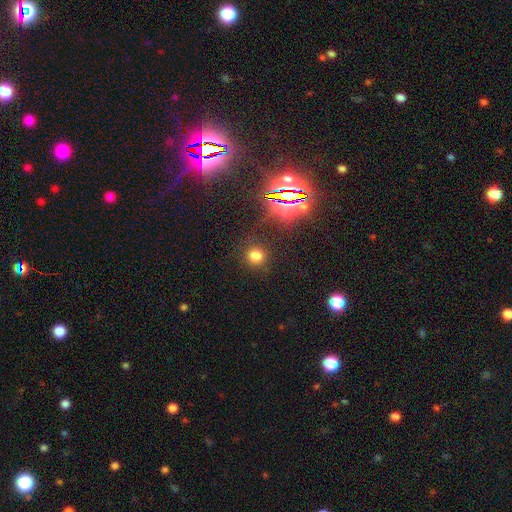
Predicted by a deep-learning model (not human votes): A smooth galaxy with no disk features (71%) that is round (92%).

Vote fractions:
- Smooth or featured? smooth: 71% / star or artifact: 23% / featured or disk: 6%
- How rounded? round: 92% / in between: 7% / cigar-shaped: 1%
- Merging? none: 87% / minor disturbance: 7% / major disturbance: 3% / merger: 2%